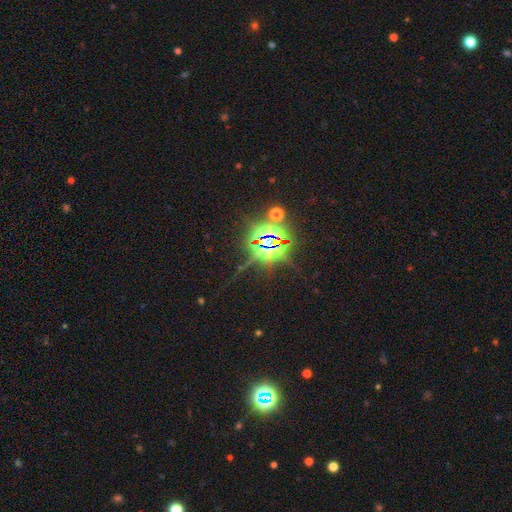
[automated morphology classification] Smooth or featured? star or artifact (86%)